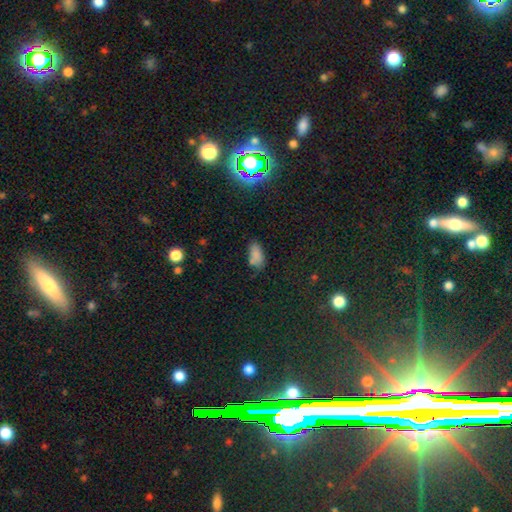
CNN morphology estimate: A smooth galaxy with no disk features (78%) that is in between round and cigar-shaped (89%). Merging: none (60%).